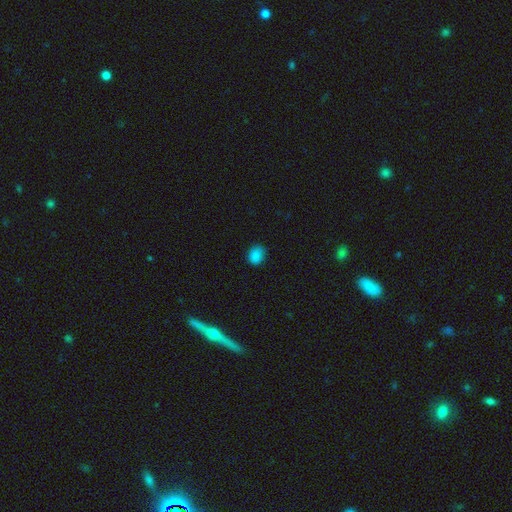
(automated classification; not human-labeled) This is clearly a smooth galaxy (84%). How rounded: possibly round (55%). Merging: clearly none (81%).